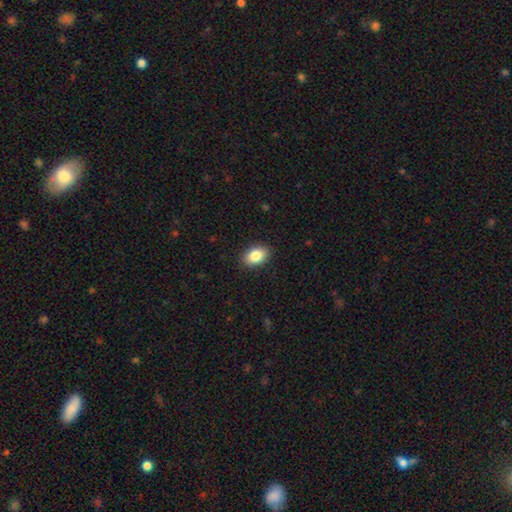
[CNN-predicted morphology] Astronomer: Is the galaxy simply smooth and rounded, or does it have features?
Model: smooth — 84%.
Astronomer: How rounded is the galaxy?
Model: in between — 86%.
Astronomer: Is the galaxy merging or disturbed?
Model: none — 89%.